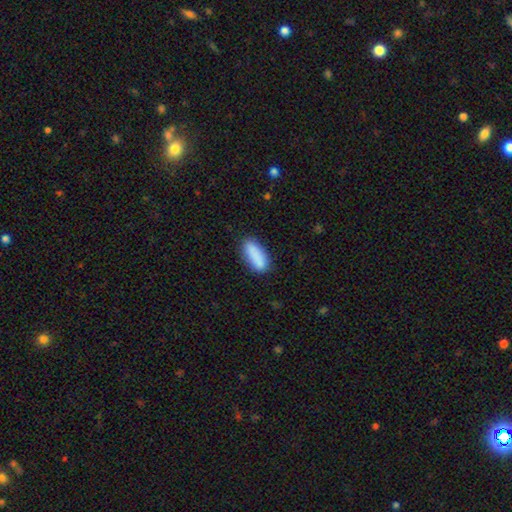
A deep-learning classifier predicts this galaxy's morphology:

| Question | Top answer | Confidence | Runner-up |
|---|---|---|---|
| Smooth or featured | smooth | 87% | star or artifact (7%) |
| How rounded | in between | 69% | cigar-shaped (28%) |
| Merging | none | 79% | minor disturbance (15%) |